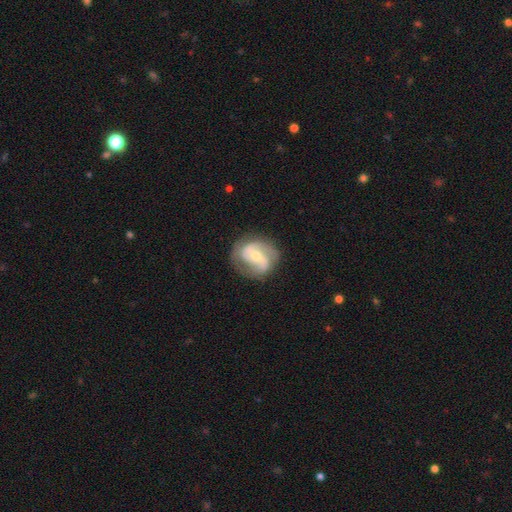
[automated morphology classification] type=featured or disk (80%); edge-on=no (98%); bar=weak (43%); spiral arms=yes (93%); winding=medium (49%); arm count=2 (77%); bulge=moderate (48%); merging=none (72%).